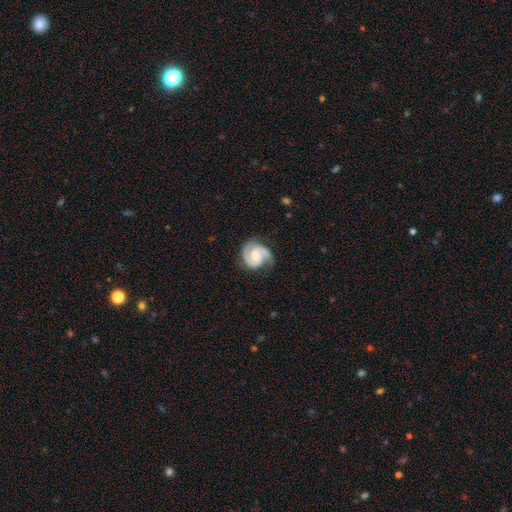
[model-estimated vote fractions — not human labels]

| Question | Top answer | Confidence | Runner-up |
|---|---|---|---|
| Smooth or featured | featured or disk | 87% | smooth (9%) |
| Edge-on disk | no | 98% | yes (2%) |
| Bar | no | 55% | weak (36%) |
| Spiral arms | yes | 98% | no (2%) |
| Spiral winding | medium | 45% | tight (44%) |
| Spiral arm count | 2 | 87% | 1 (5%) |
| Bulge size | moderate | 52% | small (41%) |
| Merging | none | 71% | minor disturbance (21%) |